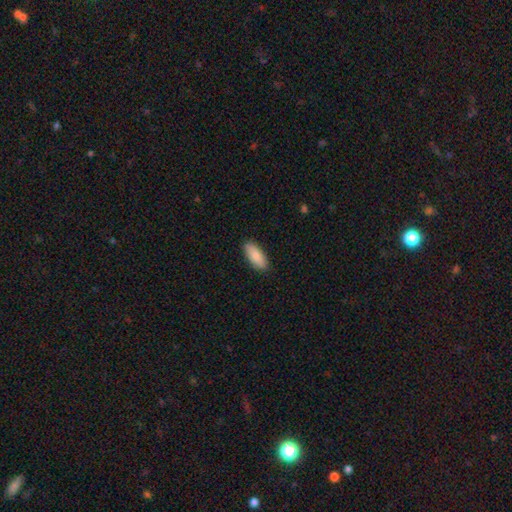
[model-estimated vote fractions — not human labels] Smooth or featured? Predicted: smooth (p=0.86). How rounded? Predicted: in between (p=0.84). Merging? Predicted: none (p=0.90).